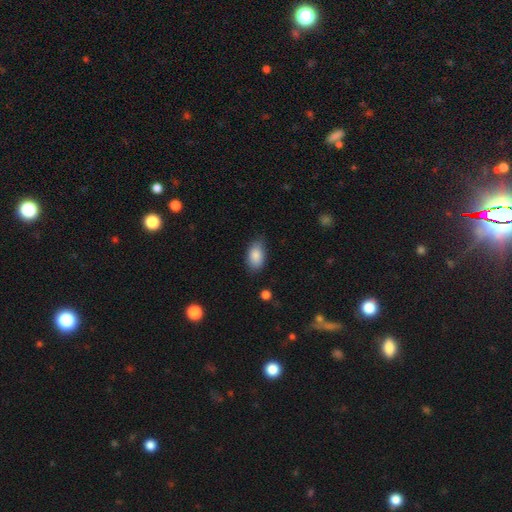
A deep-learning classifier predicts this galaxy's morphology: smooth-or-featured: smooth: 87% | star or artifact: 7% | featured or disk: 6%
  how-rounded: in between: 92% | round: 6% | cigar-shaped: 2%
  merging: none: 77% | minor disturbance: 18% | major disturbance: 4% | merger: 1%